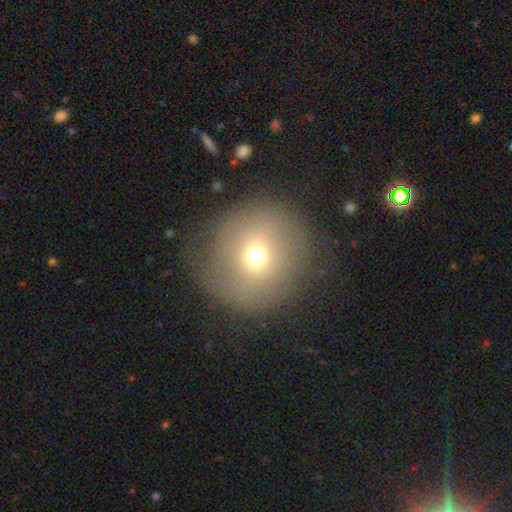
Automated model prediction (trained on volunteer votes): Smooth or featured? smooth (62%)
How rounded? round (90%)
Merging? none (75%)